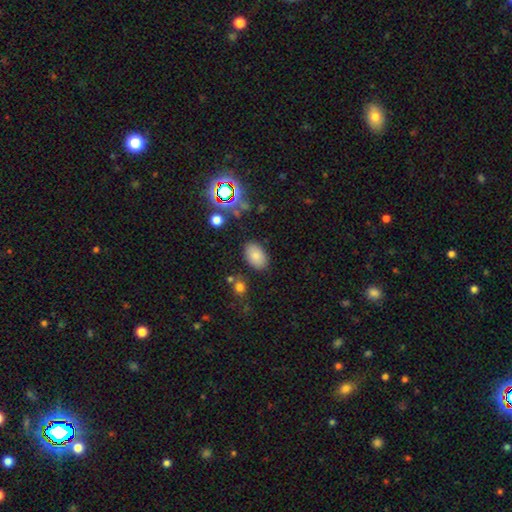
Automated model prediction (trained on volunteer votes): Morphology: type=smooth (79%); roundness=in between (90%); merging=none (83%).